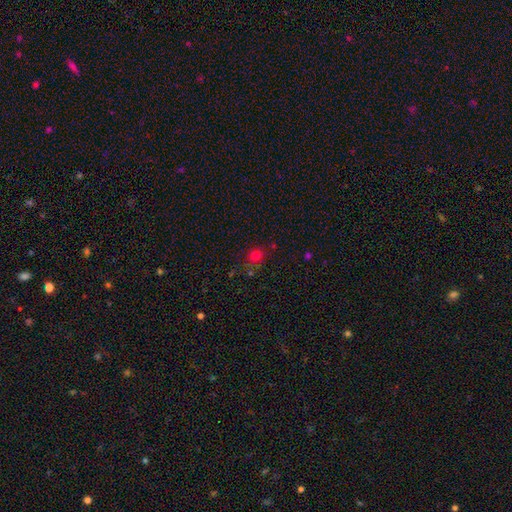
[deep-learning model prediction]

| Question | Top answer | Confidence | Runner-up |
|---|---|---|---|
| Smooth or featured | smooth | 68% | star or artifact (24%) |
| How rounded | round | 76% | in between (23%) |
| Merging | none | 64% | minor disturbance (16%) |